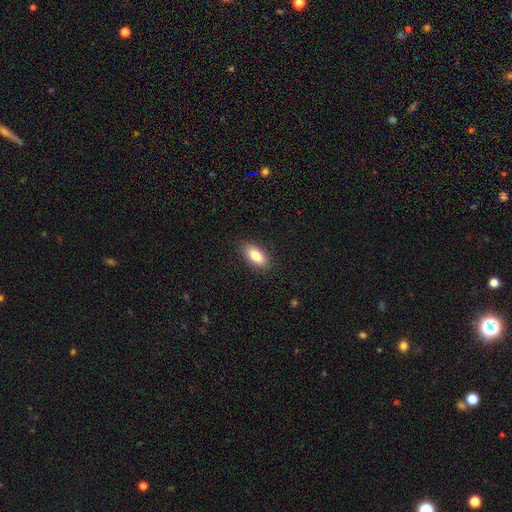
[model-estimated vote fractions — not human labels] Smooth or featured?
  - smooth: 81% *
  - featured or disk: 12%
  - star or artifact: 7%
How rounded?
  - in between: 89% *
  - cigar-shaped: 8%
  - round: 4%
Merging?
  - none: 88% *
  - minor disturbance: 9%
  - major disturbance: 2%
  - merger: 1%